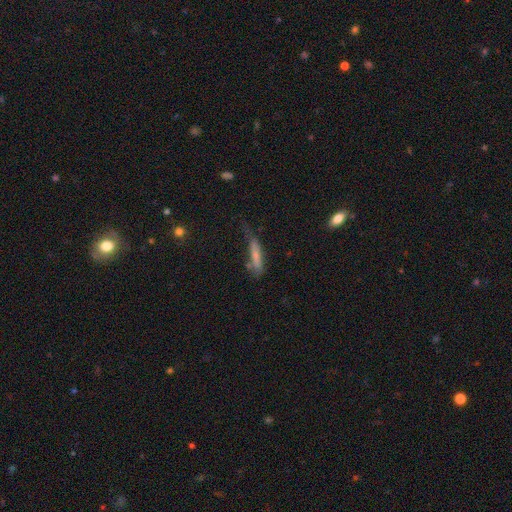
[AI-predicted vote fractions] Smooth or featured?
  - smooth: 64% *
  - featured or disk: 27%
  - star or artifact: 9%
How rounded?
  - cigar-shaped: 79% *
  - in between: 19%
  - round: 2%
Merging?
  - none: 36% *
  - minor disturbance: 32%
  - major disturbance: 24%
  - merger: 8%